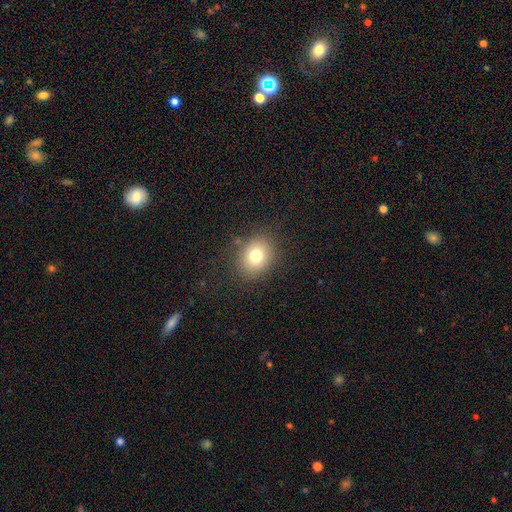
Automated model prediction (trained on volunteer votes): smooth 76%, star or artifact 12%, featured or disk 11%. Down the decision tree: how rounded — round (58%); merging — none (84%).